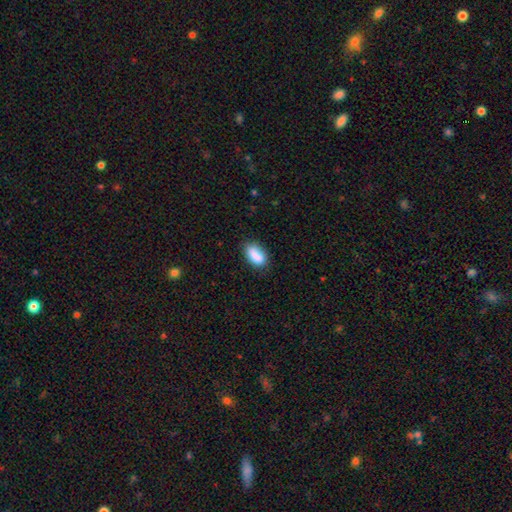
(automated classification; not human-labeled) Smooth or featured?
  - smooth: 87% *
  - star or artifact: 8%
  - featured or disk: 5%
How rounded?
  - in between: 90% *
  - cigar-shaped: 5%
  - round: 5%
Merging?
  - none: 76% *
  - minor disturbance: 18%
  - major disturbance: 3%
  - merger: 2%